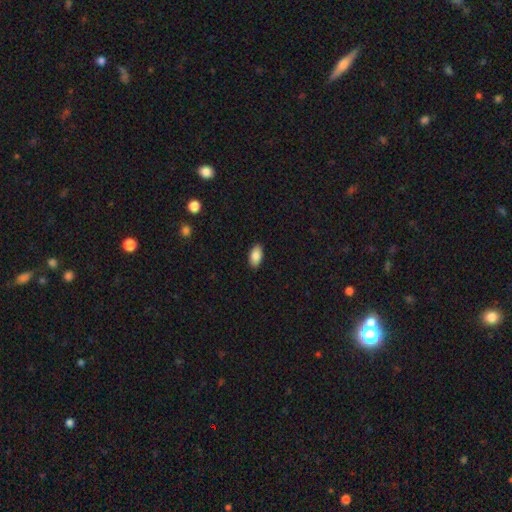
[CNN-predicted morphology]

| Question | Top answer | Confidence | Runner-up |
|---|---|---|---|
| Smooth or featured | smooth | 88% | star or artifact (7%) |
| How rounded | in between | 94% | round (4%) |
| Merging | none | 89% | minor disturbance (8%) |